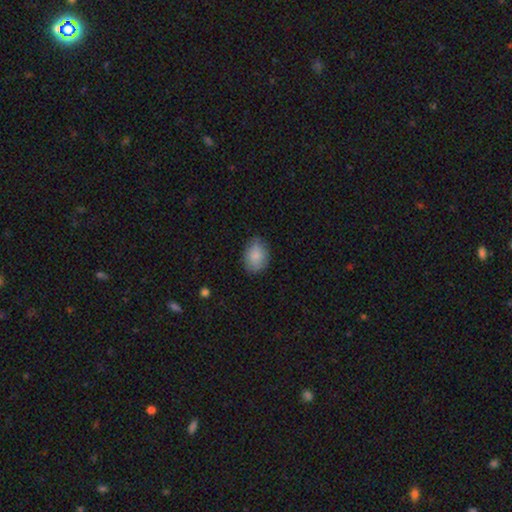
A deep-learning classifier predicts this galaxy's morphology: Smooth or featured? Predicted: smooth (p=0.84). How rounded? Predicted: in between (p=0.73). Merging? Predicted: none (p=0.79).